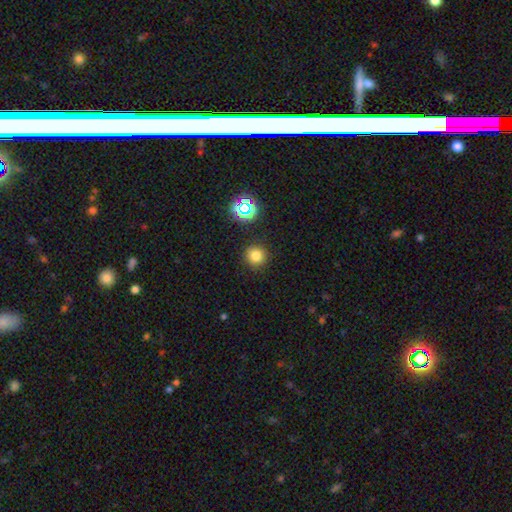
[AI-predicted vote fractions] This is likely a smooth galaxy (76%). How rounded: clearly round (93%). Merging: clearly none (89%).